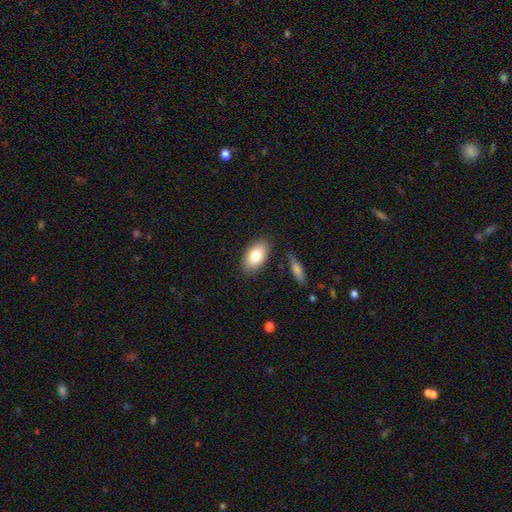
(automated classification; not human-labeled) Q: Smooth or featured?
A: smooth (80%); runner-up: featured or disk (13%)
Q: How rounded?
A: in between (92%); runner-up: round (5%)
Q: Merging?
A: none (84%); runner-up: minor disturbance (11%)